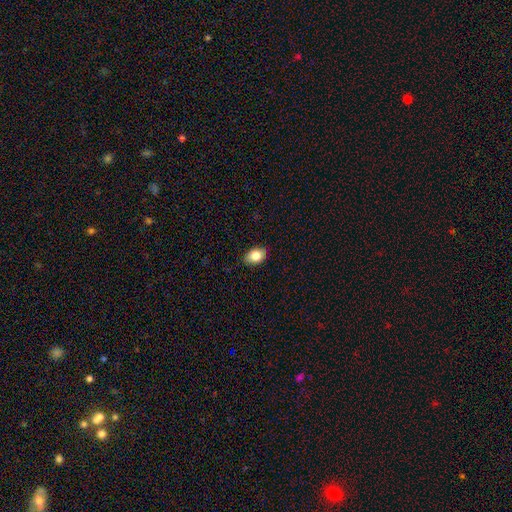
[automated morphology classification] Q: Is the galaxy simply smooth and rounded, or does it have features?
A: smooth — 82%.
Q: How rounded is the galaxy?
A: in between — 84%.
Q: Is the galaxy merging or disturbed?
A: none — 87%.